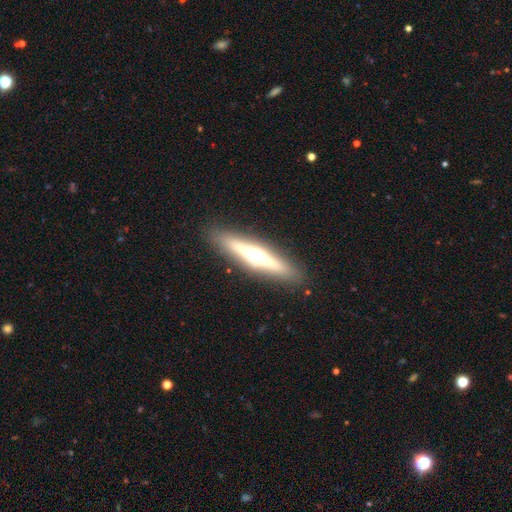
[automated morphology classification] Smooth or featured?
  - featured or disk: 67% *
  - smooth: 26%
  - star or artifact: 7%
Edge-on disk?
  - yes: 95% *
  - no: 5%
Edge-on bulge?
  - rounded: 89% *
  - boxy: 7%
  - none: 5%
Merging?
  - none: 89% *
  - minor disturbance: 7%
  - major disturbance: 2%
  - merger: 1%